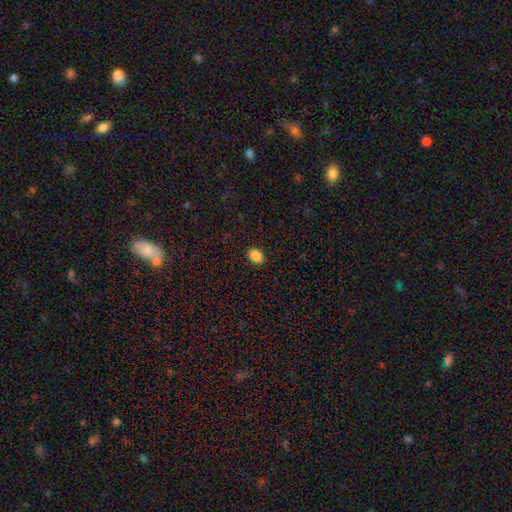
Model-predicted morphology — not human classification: This is clearly a smooth galaxy (88%). How rounded: likely in between (70%). Merging: clearly none (90%).